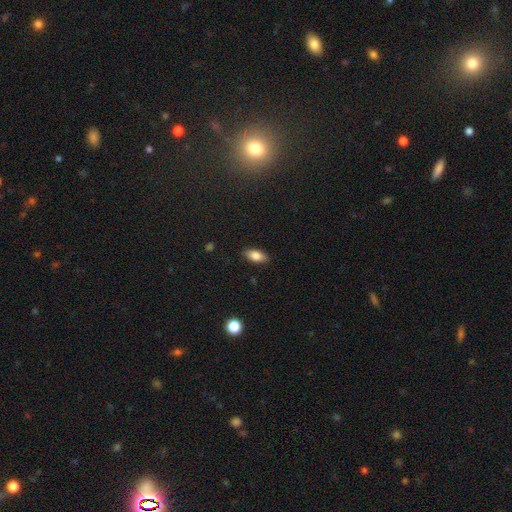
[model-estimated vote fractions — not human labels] Q: Smooth or featured?
A: smooth (80%); runner-up: featured or disk (12%)
Q: How rounded?
A: in between (88%); runner-up: cigar-shaped (9%)
Q: Merging?
A: none (87%); runner-up: minor disturbance (10%)